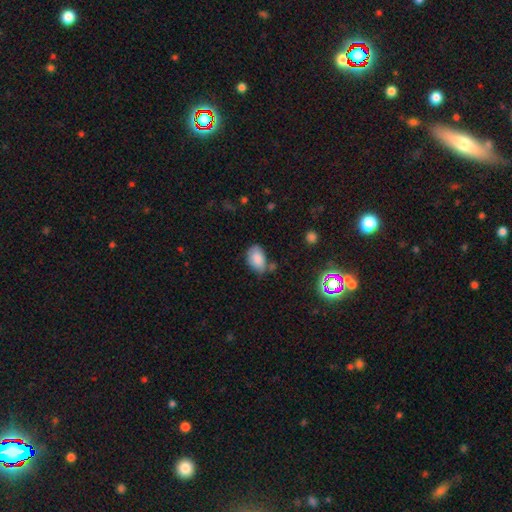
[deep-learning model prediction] Q: Smooth or featured?
A: smooth (82%); runner-up: star or artifact (10%)
Q: How rounded?
A: in between (88%); runner-up: round (10%)
Q: Merging?
A: none (60%); runner-up: minor disturbance (26%)